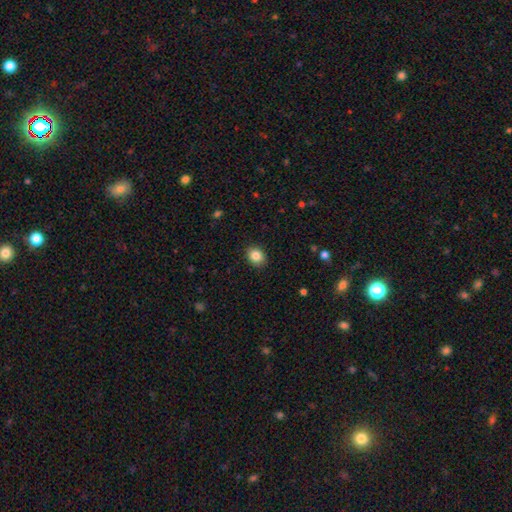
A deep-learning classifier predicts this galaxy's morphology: A smooth galaxy with no disk features (85%) that is round (54%).

Vote fractions:
- Smooth or featured? smooth: 85% / star or artifact: 9% / featured or disk: 5%
- How rounded? round: 54% / in between: 45% / cigar-shaped: 1%
- Merging? none: 89% / minor disturbance: 8% / major disturbance: 2% / merger: 1%